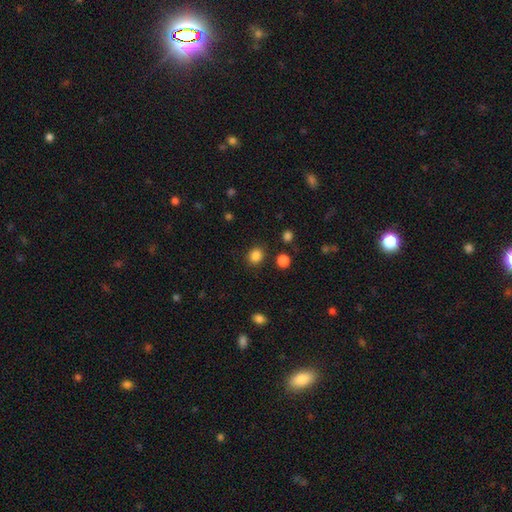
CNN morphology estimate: Smooth or featured?
  - smooth: 85% *
  - star or artifact: 11%
  - featured or disk: 4%
How rounded?
  - round: 75% *
  - in between: 24%
  - cigar-shaped: 1%
Merging?
  - none: 87% *
  - minor disturbance: 7%
  - major disturbance: 3%
  - merger: 3%